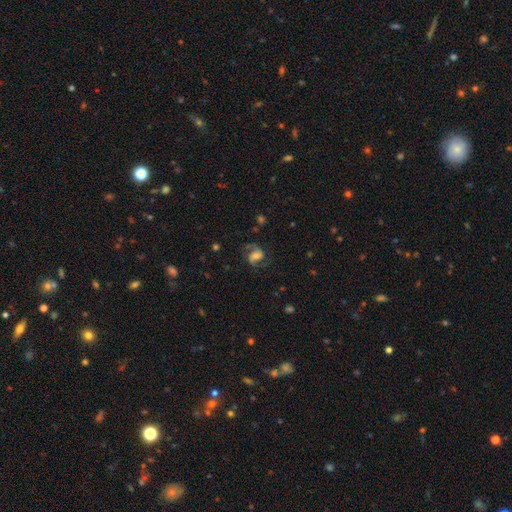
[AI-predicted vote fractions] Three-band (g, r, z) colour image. It shows a featured or disk galaxy (83%) with a weak bar (44%), 2 (92%) medium (55%) spiral arms (97%) and a moderate central bulge (40%). Merging: none (75%).